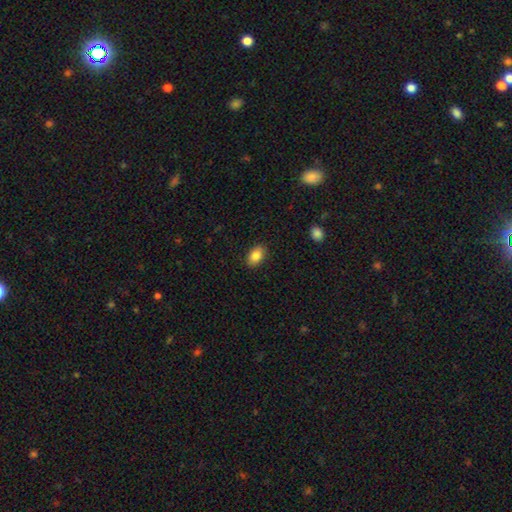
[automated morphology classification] Smooth or featured: smooth — 85% (star or artifact — 8%)
How rounded: in between — 88% (round — 10%)
Merging: none — 89% (minor disturbance — 8%)